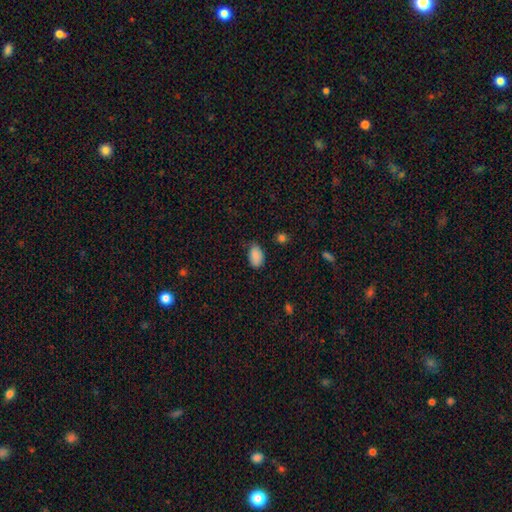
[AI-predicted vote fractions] This appears to be a smooth galaxy with no disk features (88%) that is in between round and cigar-shaped (90%). Merging: none (70%).